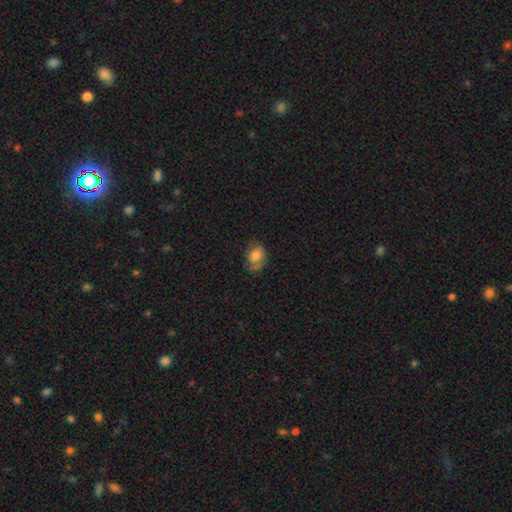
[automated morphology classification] smooth-or-featured: smooth: 68% | featured or disk: 22% | star or artifact: 10%
  how-rounded: in between: 60% | round: 39% | cigar-shaped: 1%
  merging: none: 49% | minor disturbance: 30% | major disturbance: 18% | merger: 3%